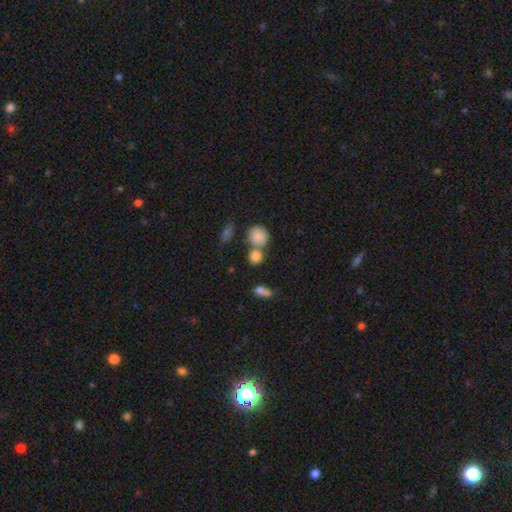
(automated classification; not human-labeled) A smooth galaxy with no disk features (82%) that is round (77%).

Vote fractions:
- Smooth or featured? smooth: 82% / star or artifact: 11% / featured or disk: 7%
- How rounded? round: 77% / in between: 21% / cigar-shaped: 2%
- Merging? none: 49% / merger: 38% / minor disturbance: 9% / major disturbance: 4%